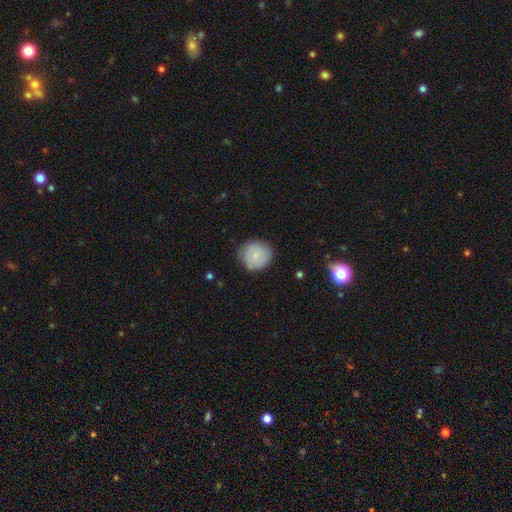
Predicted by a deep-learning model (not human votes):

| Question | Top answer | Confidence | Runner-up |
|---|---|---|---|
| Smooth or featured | smooth | 80% | featured or disk (13%) |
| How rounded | round | 90% | in between (9%) |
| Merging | none | 82% | minor disturbance (14%) |